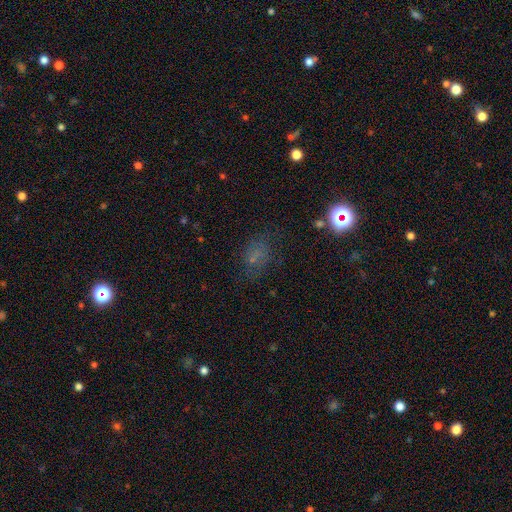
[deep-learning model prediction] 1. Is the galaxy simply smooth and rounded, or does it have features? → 51% smooth, 30% star or artifact, 19% featured or disk.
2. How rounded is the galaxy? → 66% in between, 32% round, 2% cigar-shaped.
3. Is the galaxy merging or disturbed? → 61% none, 21% minor disturbance, 15% major disturbance, 3% merger.